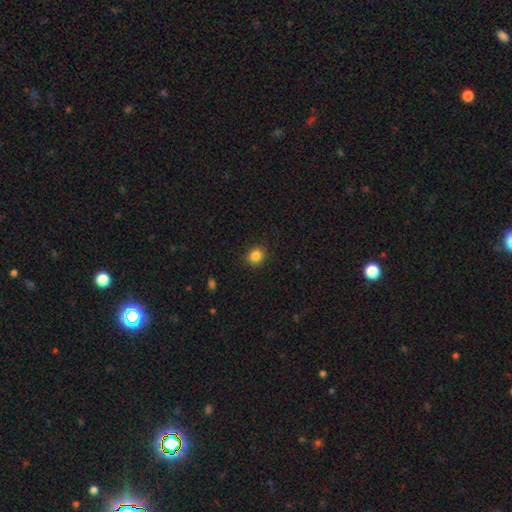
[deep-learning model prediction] smooth-or-featured: smooth: 86% | star or artifact: 11% | featured or disk: 4%
  how-rounded: round: 81% | in between: 18% | cigar-shaped: 1%
  merging: none: 90% | minor disturbance: 7% | major disturbance: 2% | merger: 1%